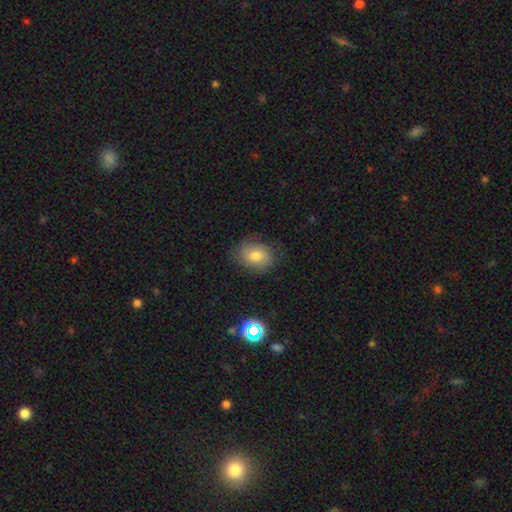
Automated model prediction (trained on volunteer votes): Q: Smooth or featured?
A: smooth (65%); runner-up: featured or disk (21%)
Q: How rounded?
A: in between (53%); runner-up: round (46%)
Q: Merging?
A: none (75%); runner-up: minor disturbance (18%)